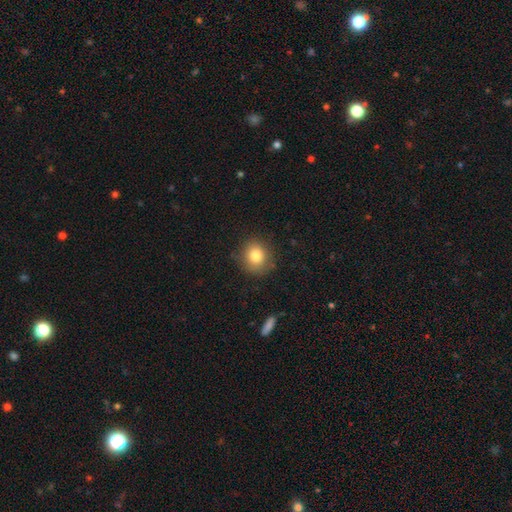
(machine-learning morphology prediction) smooth 83%, star or artifact 10%, featured or disk 8%. Down the decision tree: how rounded — round (82%); merging — none (81%).